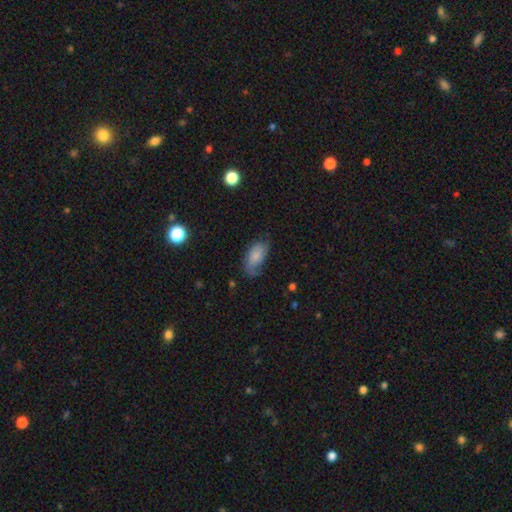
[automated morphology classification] A smooth galaxy with no disk features (68%) that is in between round and cigar-shaped (92%). Merging: none (52%).